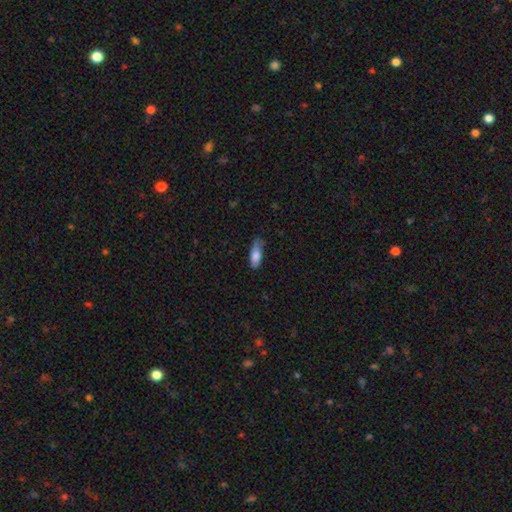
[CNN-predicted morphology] smooth-or-featured: smooth: 80% | featured or disk: 13% | star or artifact: 7%
  how-rounded: in between: 66% | cigar-shaped: 32% | round: 2%
  merging: none: 65% | minor disturbance: 28% | major disturbance: 5% | merger: 2%